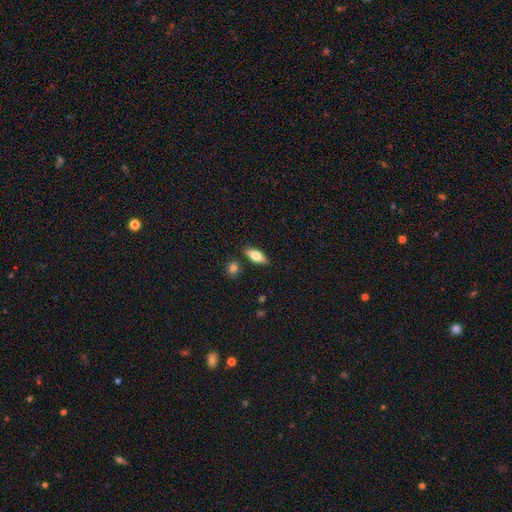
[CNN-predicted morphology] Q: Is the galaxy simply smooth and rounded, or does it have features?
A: smooth — 70%.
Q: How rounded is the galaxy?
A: in between — 75%.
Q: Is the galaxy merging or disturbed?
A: none — 83%.